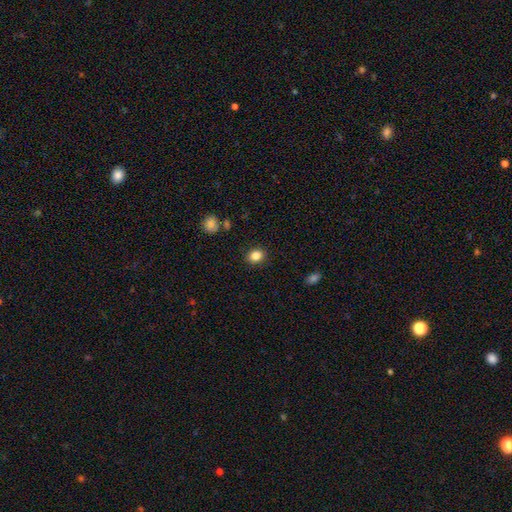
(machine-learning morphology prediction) smooth_or_featured: smooth (p=0.84) [alt: star or artifact p=0.10]
how_rounded: round (p=0.56) [alt: in between p=0.43]
merging: none (p=0.88) [alt: minor disturbance p=0.08]